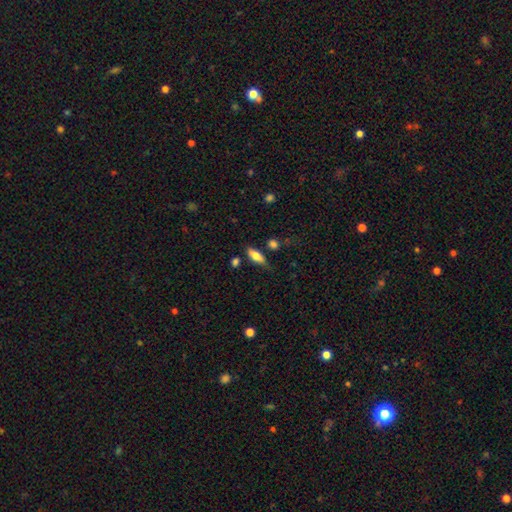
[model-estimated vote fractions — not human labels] This is likely a smooth galaxy (71%). How rounded: likely in between (74%). Merging: likely none (72%).